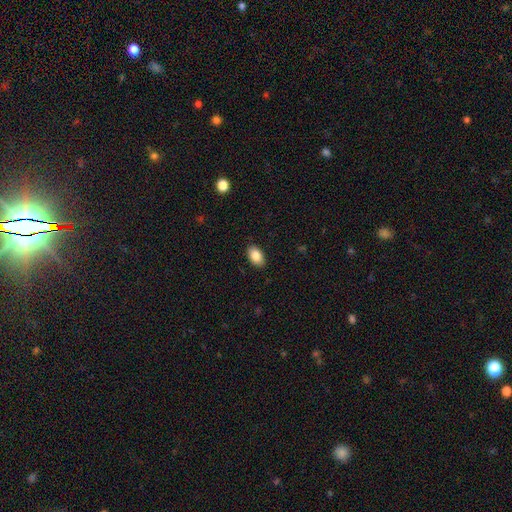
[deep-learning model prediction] The model was most divided on "smooth or featured": smooth: 86%, star or artifact: 7%, featured or disk: 7%. More confident: how rounded — in between (92%); merging — none (89%).